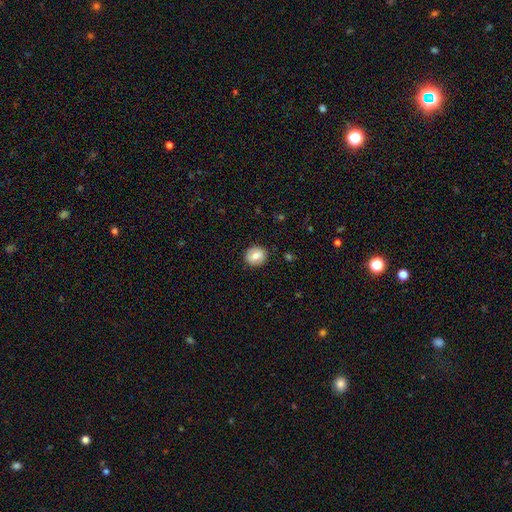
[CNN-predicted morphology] Q: Smooth or featured?
A: smooth (68%); runner-up: featured or disk (24%)
Q: How rounded?
A: round (80%); runner-up: in between (19%)
Q: Merging?
A: none (87%); runner-up: minor disturbance (10%)